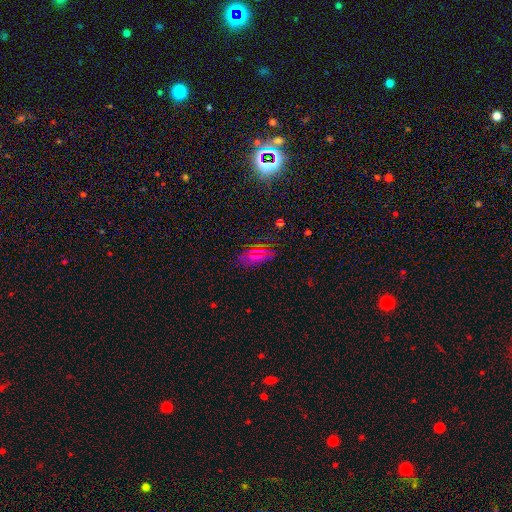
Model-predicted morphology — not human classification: This appears to be a smooth galaxy with no disk features (58%) that is in between round and cigar-shaped (86%). Merging: none (81%).